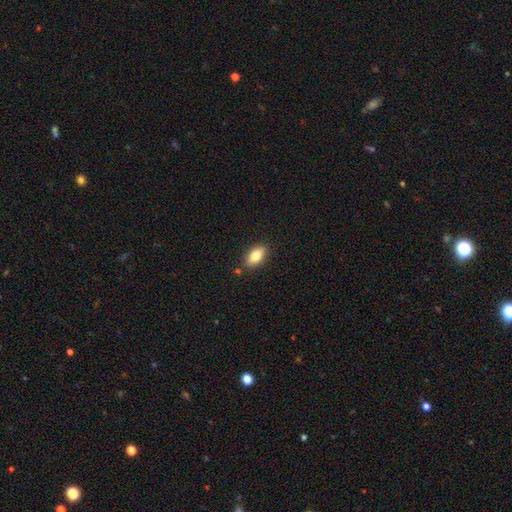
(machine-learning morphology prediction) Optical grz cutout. It shows a smooth galaxy with no disk features (80%) that is in between round and cigar-shaped (88%). Merging: none (84%).